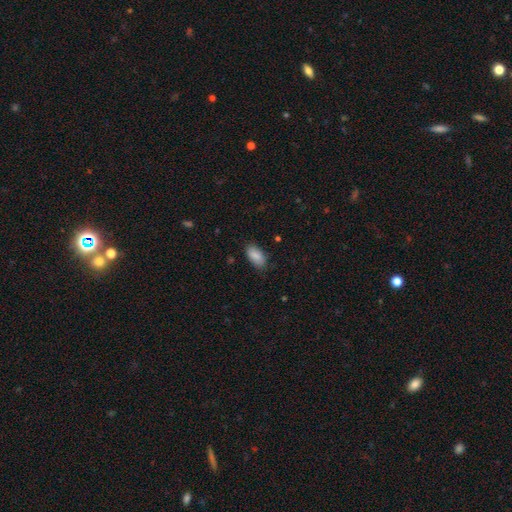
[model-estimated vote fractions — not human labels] smooth-or-featured: smooth: 87% | star or artifact: 6% | featured or disk: 6%
  how-rounded: in between: 93% | cigar-shaped: 4% | round: 3%
  merging: none: 80% | minor disturbance: 16% | major disturbance: 3% | merger: 1%